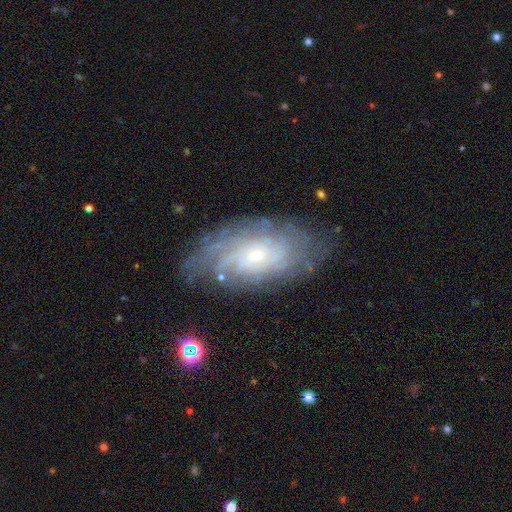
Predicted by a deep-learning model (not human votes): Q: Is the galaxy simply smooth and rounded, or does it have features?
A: featured or disk — 78%.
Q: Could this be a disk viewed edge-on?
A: no — 93%.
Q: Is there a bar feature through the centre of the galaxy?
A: no — 73%.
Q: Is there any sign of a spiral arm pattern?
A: yes — 92%.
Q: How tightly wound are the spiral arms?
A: tight — 70%.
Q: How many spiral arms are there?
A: can't tell — 52%.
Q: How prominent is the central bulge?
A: small — 71%.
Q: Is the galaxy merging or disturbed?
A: none — 74%.